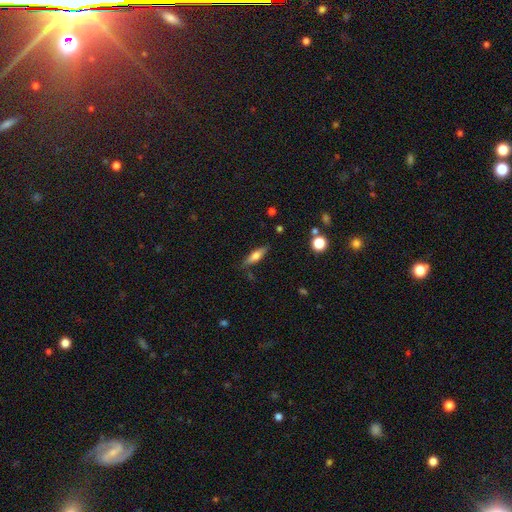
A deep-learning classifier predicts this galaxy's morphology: Overall: smooth (56%; featured or disk 37%). How rounded: cigar-shaped (59%; in between 39%). Merging: none (81%).